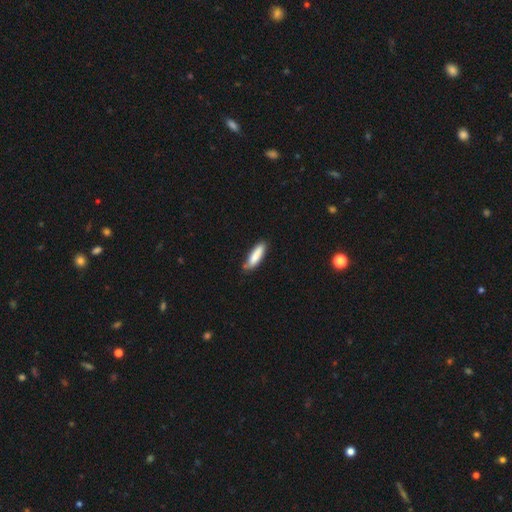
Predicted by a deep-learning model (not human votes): Q: Smooth or featured?
A: smooth (85%); runner-up: featured or disk (9%)
Q: How rounded?
A: cigar-shaped (61%); runner-up: in between (37%)
Q: Merging?
A: none (78%); runner-up: minor disturbance (17%)